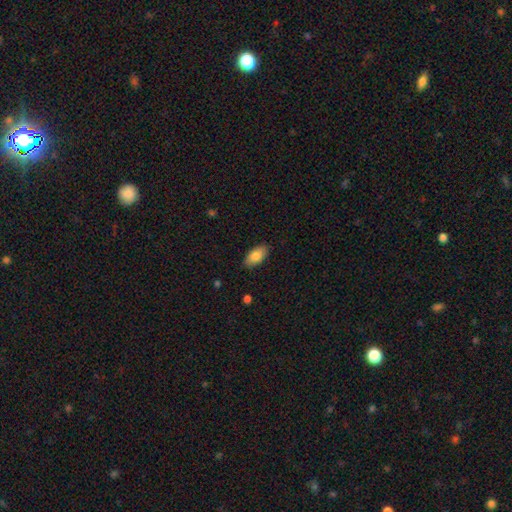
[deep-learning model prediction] This is clearly a smooth galaxy (83%). How rounded: clearly in between (93%). Merging: clearly none (87%).